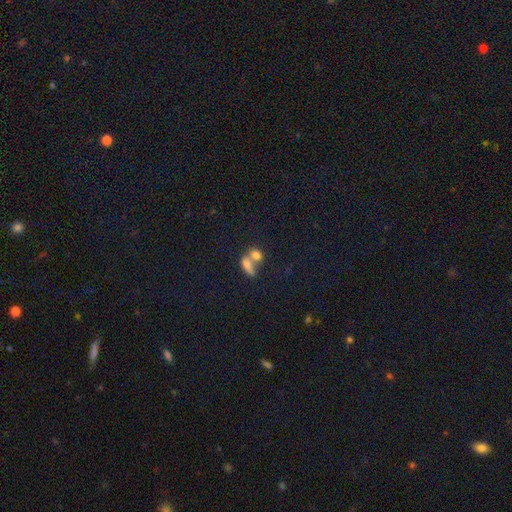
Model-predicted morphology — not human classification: type=smooth (72%); roundness=in between (65%); merging=merger (64%).